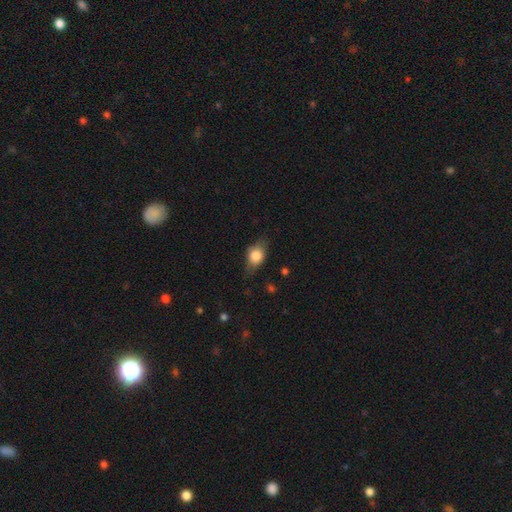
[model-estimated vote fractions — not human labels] Q: Smooth or featured?
A: smooth (70%); runner-up: featured or disk (22%)
Q: How rounded?
A: in between (66%); runner-up: round (29%)
Q: Merging?
A: none (65%); runner-up: minor disturbance (26%)